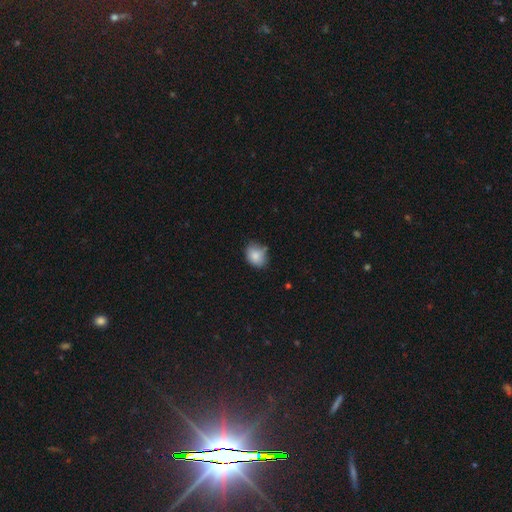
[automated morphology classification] The model was most divided on "how rounded": in between: 62%, round: 37%, cigar-shaped: 1%. More confident: smooth or featured — smooth (84%); merging — none (70%).